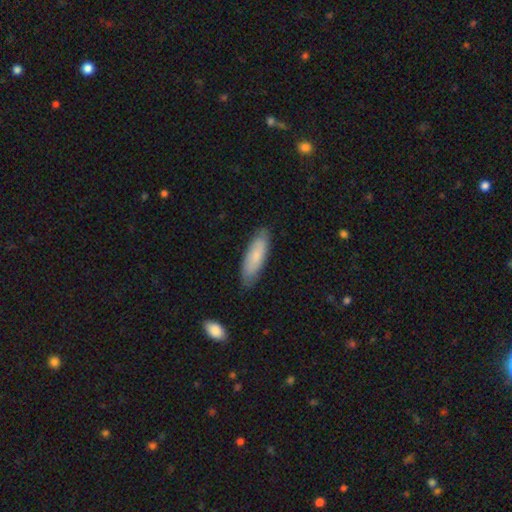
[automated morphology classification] The model was most divided on "how rounded": in between: 52%, cigar-shaped: 46%, round: 2%. More confident: merging — none (82%); smooth or featured — smooth (76%).